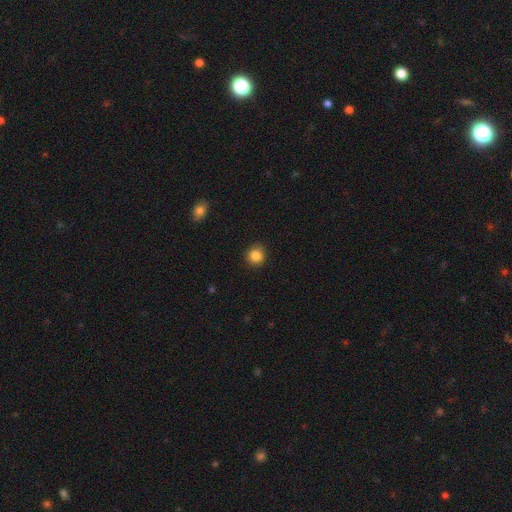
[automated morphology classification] type=smooth (85%); roundness=round (89%); merging=none (88%).